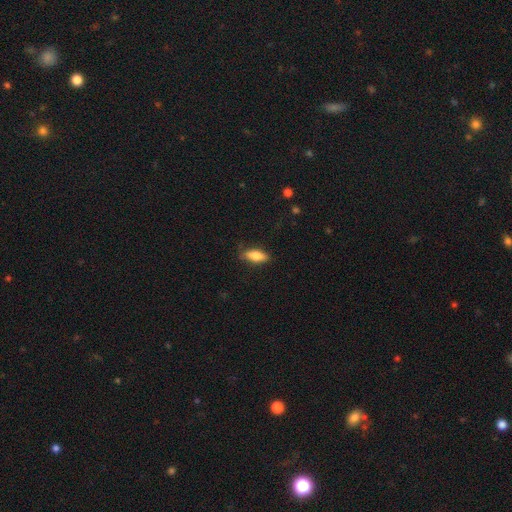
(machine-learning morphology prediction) The model was most divided on "how rounded": in between: 74%, cigar-shaped: 24%, round: 2%. More confident: smooth or featured — smooth (80%); merging — none (77%).